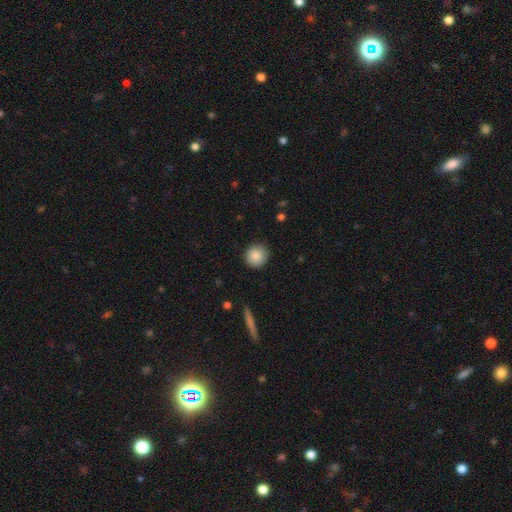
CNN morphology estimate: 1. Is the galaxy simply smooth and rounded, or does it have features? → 88% smooth, 7% star or artifact, 5% featured or disk.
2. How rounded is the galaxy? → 93% round, 6% in between, 1% cigar-shaped.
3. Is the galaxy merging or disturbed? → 88% none, 9% minor disturbance, 2% major disturbance, 1% merger.